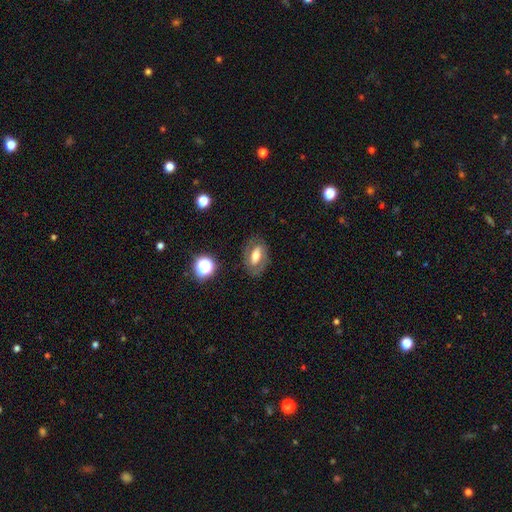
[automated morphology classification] The model was most divided on "smooth or featured": featured or disk: 54%, smooth: 36%, star or artifact: 9%. More confident: edge-on disk — no (91%); merging — none (79%).